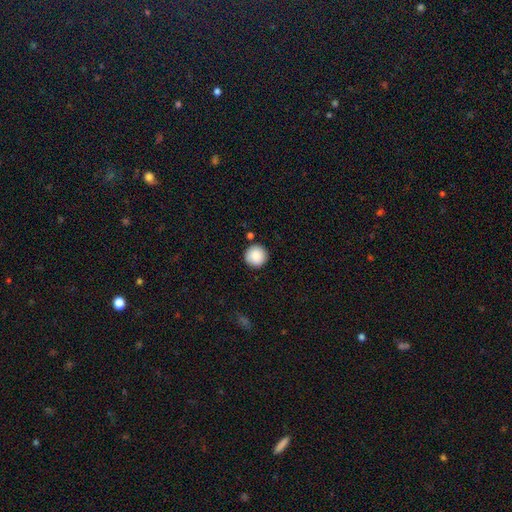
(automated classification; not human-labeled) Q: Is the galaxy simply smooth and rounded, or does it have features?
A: smooth — 88%.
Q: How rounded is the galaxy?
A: round — 96%.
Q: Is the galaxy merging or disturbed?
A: none — 89%.